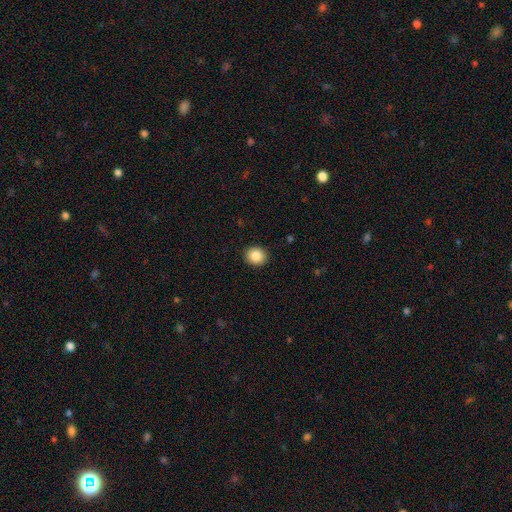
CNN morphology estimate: Q: Smooth or featured?
A: smooth (87%); runner-up: star or artifact (9%)
Q: How rounded?
A: round (77%); runner-up: in between (22%)
Q: Merging?
A: none (91%); runner-up: minor disturbance (6%)